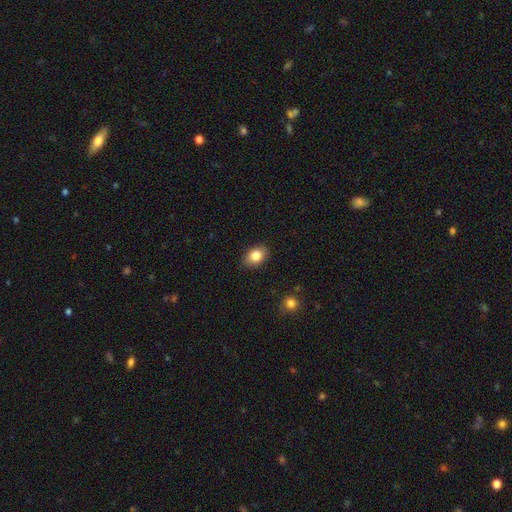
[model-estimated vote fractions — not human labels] A smooth galaxy with no disk features (83%) that is in between round and cigar-shaped (79%). Merging: none (87%).